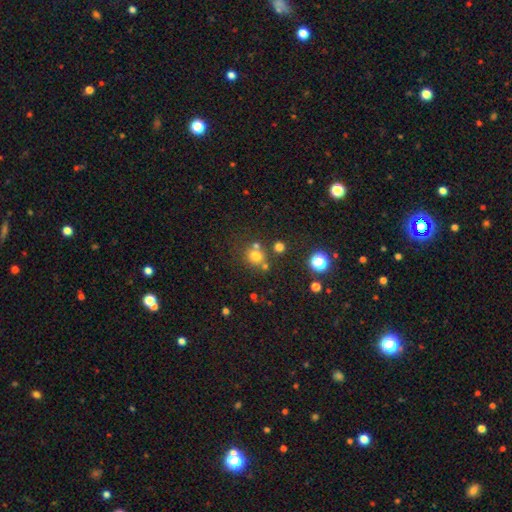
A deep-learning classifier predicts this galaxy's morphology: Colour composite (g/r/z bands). It shows a smooth galaxy with no disk features (72%) that is round (85%). Merging: none (65%).